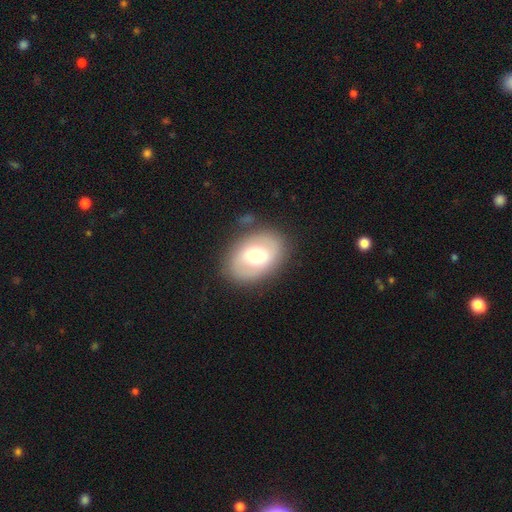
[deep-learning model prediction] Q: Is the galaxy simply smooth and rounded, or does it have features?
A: featured or disk — 54%.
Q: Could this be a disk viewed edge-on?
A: no — 95%.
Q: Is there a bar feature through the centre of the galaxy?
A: weak — 46%.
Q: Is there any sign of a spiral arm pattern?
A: yes — 58%.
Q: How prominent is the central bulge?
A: moderate — 67%.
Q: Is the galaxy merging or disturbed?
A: none — 81%.